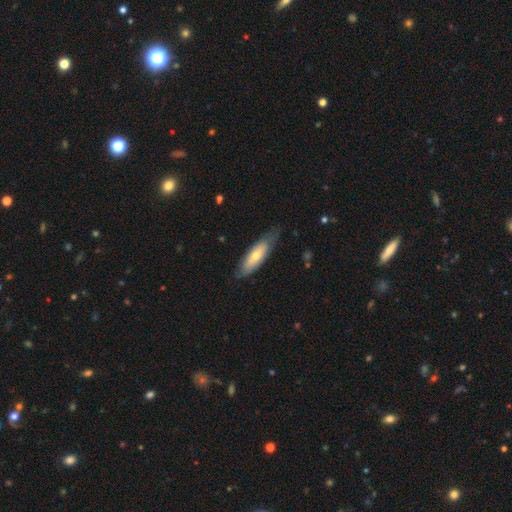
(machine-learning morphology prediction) The model was most divided on "how rounded": in between: 53%, cigar-shaped: 45%, round: 2%. More confident: merging — none (67%); smooth or featured — smooth (61%).